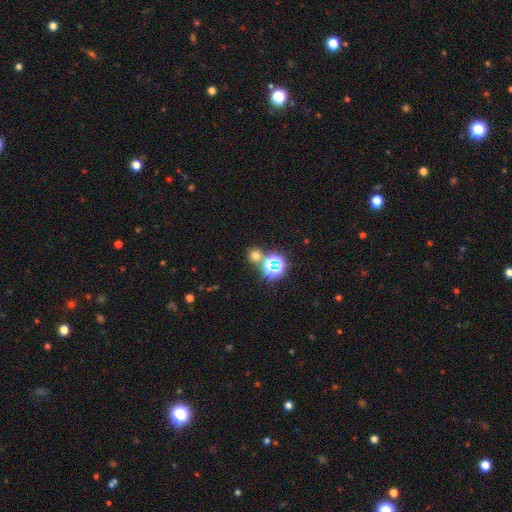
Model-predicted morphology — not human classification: Smooth or featured? Predicted: smooth (p=0.56). How rounded? Predicted: round (p=0.88). Merging? Predicted: none (p=0.73).